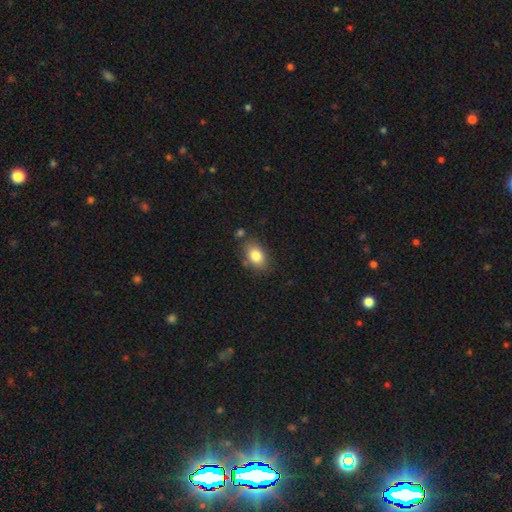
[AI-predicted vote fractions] This appears to be a smooth galaxy with no disk features (83%) that is in between round and cigar-shaped (83%). Merging: none (77%).